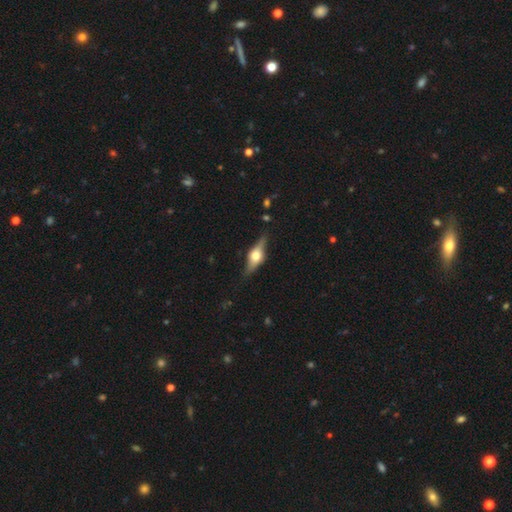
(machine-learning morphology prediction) Q: Smooth or featured?
A: featured or disk (69%); runner-up: smooth (25%)
Q: Edge-on disk?
A: yes (94%); runner-up: no (6%)
Q: Edge-on bulge?
A: rounded (94%); runner-up: boxy (5%)
Q: Merging?
A: none (82%); runner-up: minor disturbance (13%)